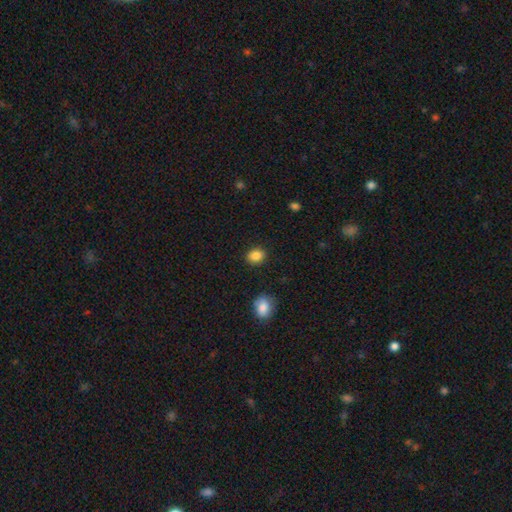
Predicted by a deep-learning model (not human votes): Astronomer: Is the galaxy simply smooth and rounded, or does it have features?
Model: smooth — 86%.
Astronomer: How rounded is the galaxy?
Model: round — 53% (runner-up: in between, 46%).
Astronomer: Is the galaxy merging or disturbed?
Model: none — 89%.